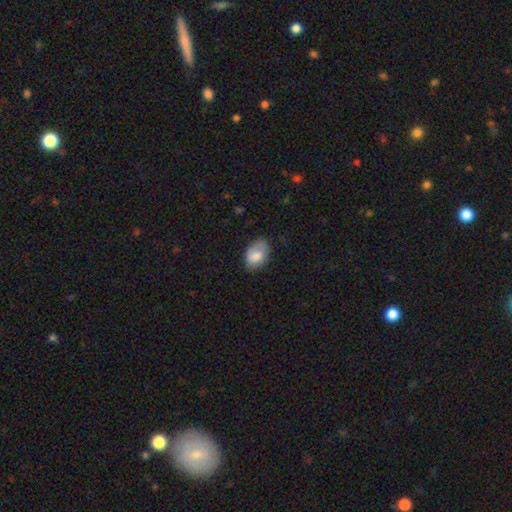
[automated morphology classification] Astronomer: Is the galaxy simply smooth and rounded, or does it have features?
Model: smooth — 78%.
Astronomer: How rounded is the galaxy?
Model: in between — 85%.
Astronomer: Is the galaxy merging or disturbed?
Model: none — 60%.